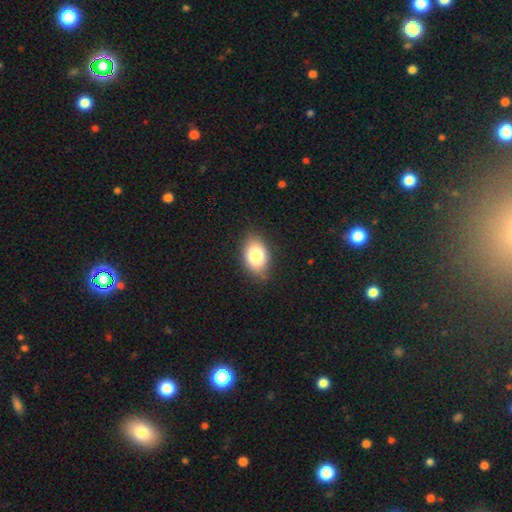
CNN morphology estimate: Smooth or featured: smooth — 81% (featured or disk — 11%)
How rounded: in between — 86% (round — 12%)
Merging: none — 80% (minor disturbance — 16%)